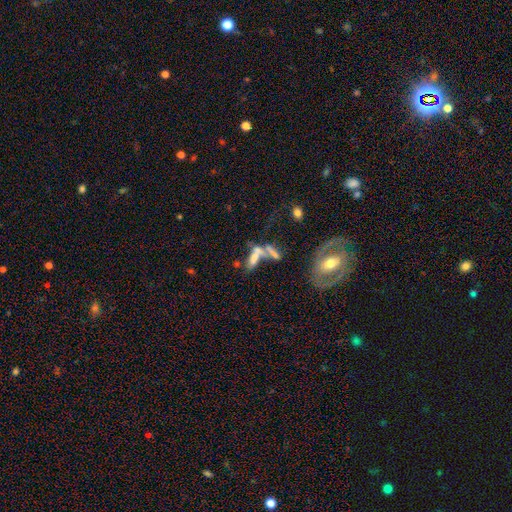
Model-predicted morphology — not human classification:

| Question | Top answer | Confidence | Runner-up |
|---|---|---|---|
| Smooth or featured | smooth | 50% | featured or disk (35%) |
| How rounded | in between | 54% | cigar-shaped (42%) |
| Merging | merger | 61% | none (18%) |